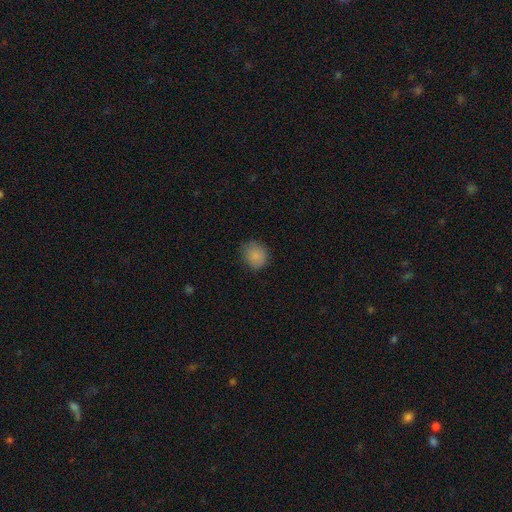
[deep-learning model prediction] smooth-or-featured: smooth: 84% | star or artifact: 11% | featured or disk: 5%
  how-rounded: round: 77% | in between: 22% | cigar-shaped: 1%
  merging: none: 77% | minor disturbance: 18% | major disturbance: 4% | merger: 1%